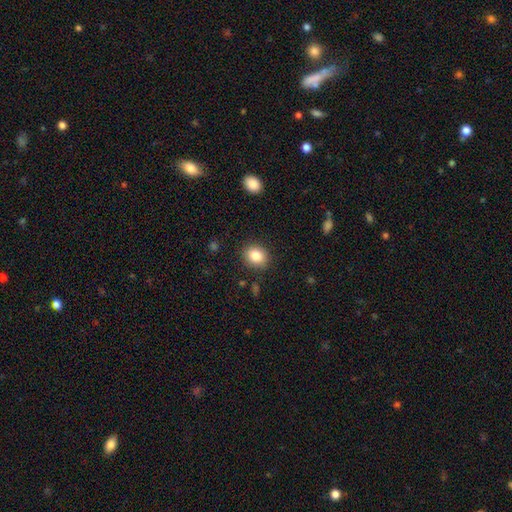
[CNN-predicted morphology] Smooth or featured? Predicted: smooth (p=0.84). How rounded? Predicted: round (p=0.68). Merging? Predicted: none (p=0.88).